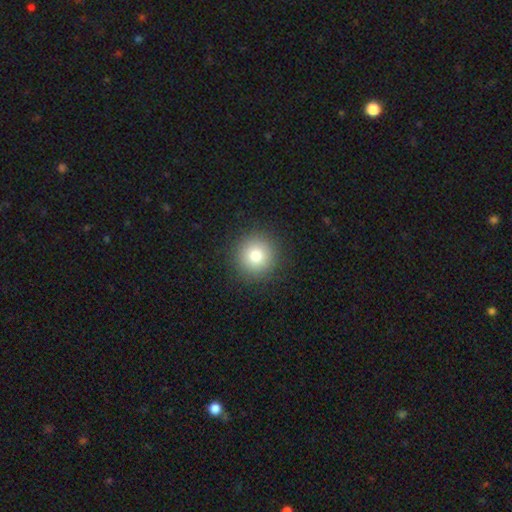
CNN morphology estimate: Smooth or featured?
  - smooth: 79% *
  - star or artifact: 12%
  - featured or disk: 9%
How rounded?
  - round: 95% *
  - in between: 4%
  - cigar-shaped: 1%
Merging?
  - none: 91% *
  - minor disturbance: 6%
  - major disturbance: 2%
  - merger: 1%